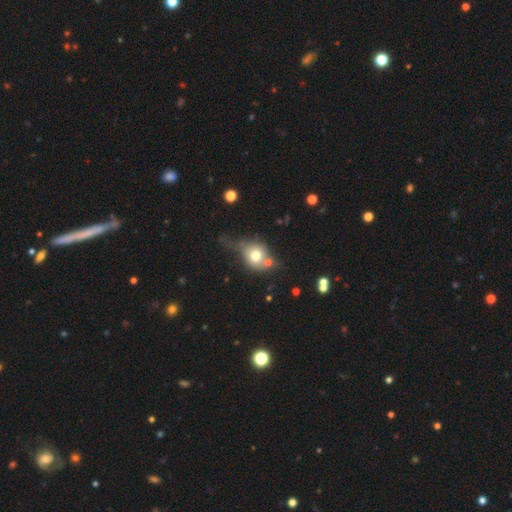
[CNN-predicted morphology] Q: Smooth or featured?
A: smooth (67%); runner-up: featured or disk (21%)
Q: How rounded?
A: round (65%); runner-up: in between (33%)
Q: Merging?
A: none (34%); runner-up: minor disturbance (25%)